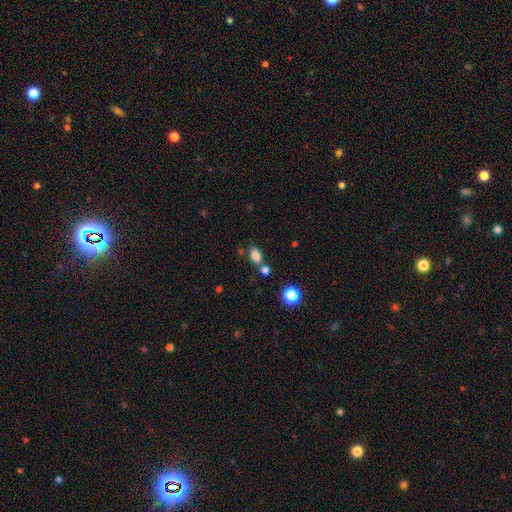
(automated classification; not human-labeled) Q: Smooth or featured?
A: smooth (81%); runner-up: star or artifact (12%)
Q: How rounded?
A: in between (81%); runner-up: round (17%)
Q: Merging?
A: none (64%); runner-up: merger (19%)